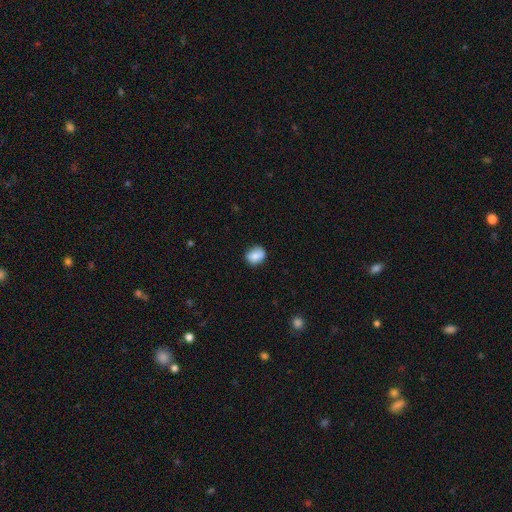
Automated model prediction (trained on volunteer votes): smooth 82%, featured or disk 10%, star or artifact 8%. Down the decision tree: how rounded — round (54%); merging — none (77%).